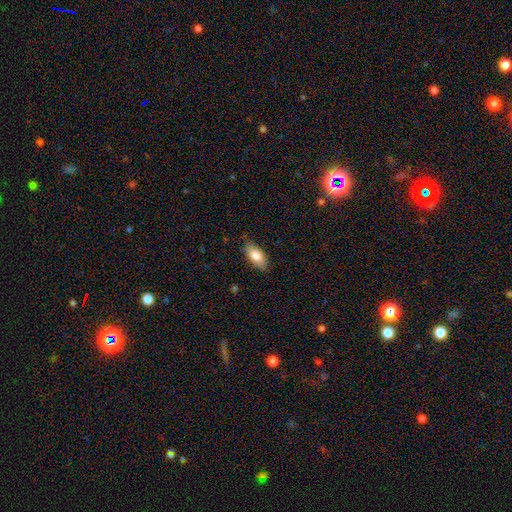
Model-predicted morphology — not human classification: Smooth or featured: smooth — 81% (featured or disk — 13%)
How rounded: in between — 90% (cigar-shaped — 8%)
Merging: none — 82% (minor disturbance — 15%)